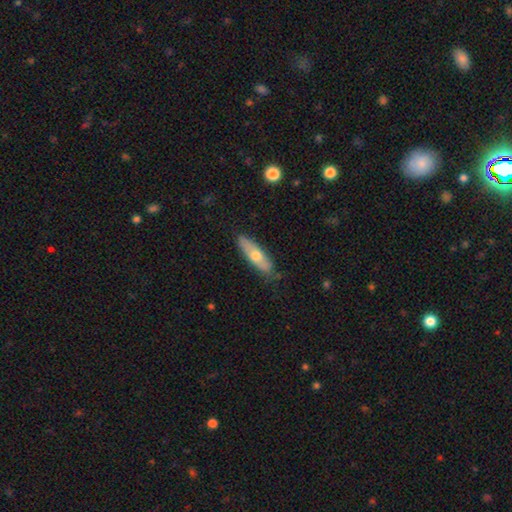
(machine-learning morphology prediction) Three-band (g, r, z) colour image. It shows a smooth galaxy with no disk features (58%) that is cigar-shaped (54%). Merging: none (79%).